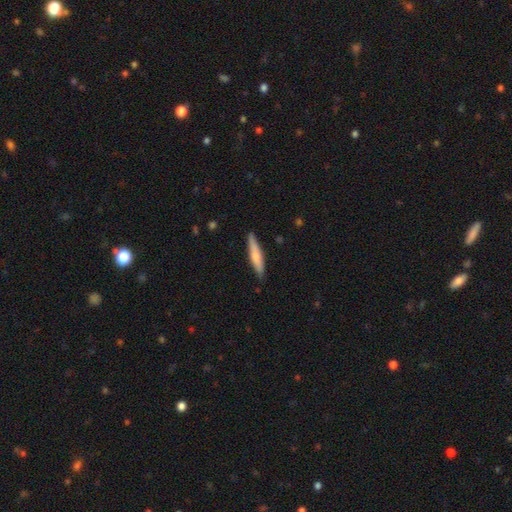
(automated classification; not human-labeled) Smooth or featured?
  - smooth: 65% *
  - featured or disk: 30%
  - star or artifact: 5%
How rounded?
  - cigar-shaped: 89% *
  - in between: 10%
  - round: 1%
Merging?
  - none: 86% *
  - minor disturbance: 11%
  - major disturbance: 2%
  - merger: 1%